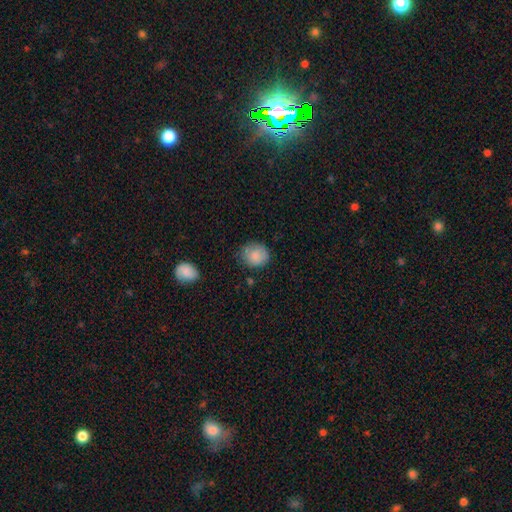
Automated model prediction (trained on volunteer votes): smooth 83%, featured or disk 9%, star or artifact 8%. Down the decision tree: how rounded — round (72%); merging — none (71%).